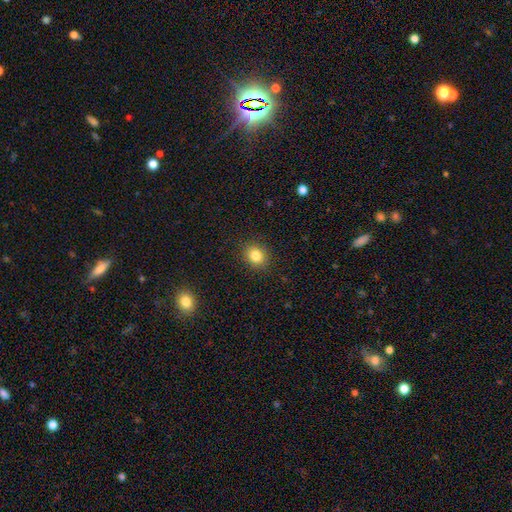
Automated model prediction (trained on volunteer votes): The model was most divided on "how rounded": round: 70%, in between: 29%, cigar-shaped: 1%. More confident: merging — none (90%); smooth or featured — smooth (83%).